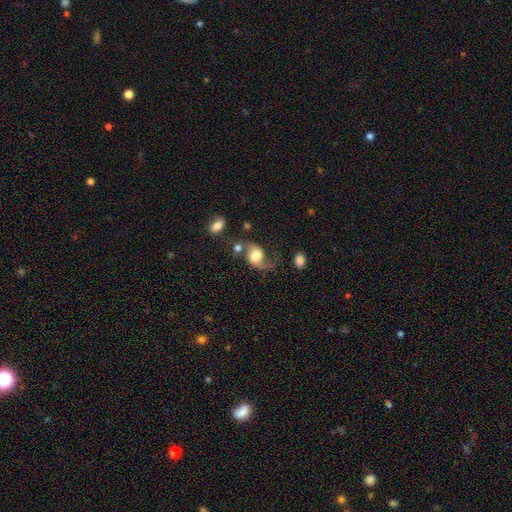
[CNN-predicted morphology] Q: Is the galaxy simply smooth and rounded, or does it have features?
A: featured or disk — 70%.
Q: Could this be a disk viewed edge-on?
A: no — 97%.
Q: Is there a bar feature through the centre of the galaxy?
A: no — 64%.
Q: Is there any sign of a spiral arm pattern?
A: yes — 93%.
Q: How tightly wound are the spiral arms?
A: loose — 75%.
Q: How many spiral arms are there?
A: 2 — 86%.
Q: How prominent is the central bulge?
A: large — 48%.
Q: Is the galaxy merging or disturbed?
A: none — 50%.